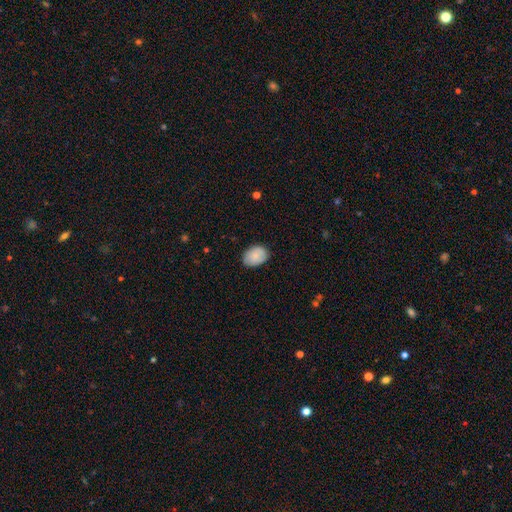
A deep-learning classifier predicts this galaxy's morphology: Overall: smooth (81%). How rounded: in between (76%). Merging: none (79%).